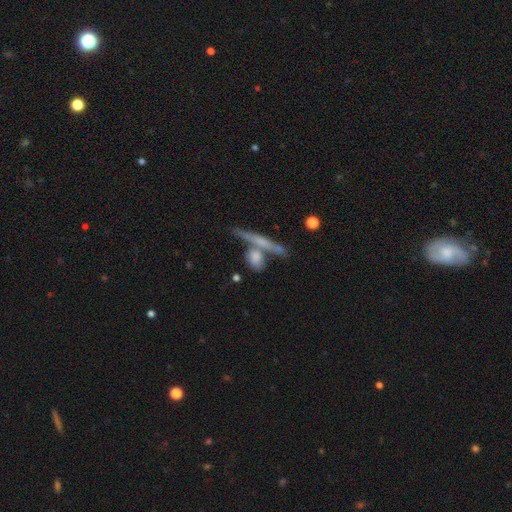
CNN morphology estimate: Overall: smooth (47%; featured or disk 43%). Merging: none (59%; merger 25%).